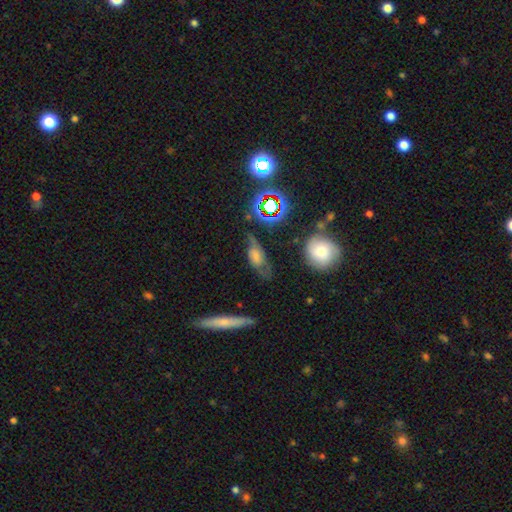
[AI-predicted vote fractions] Overall: smooth (43%; featured or disk 37%). Merging: none (56%; minor disturbance 26%).